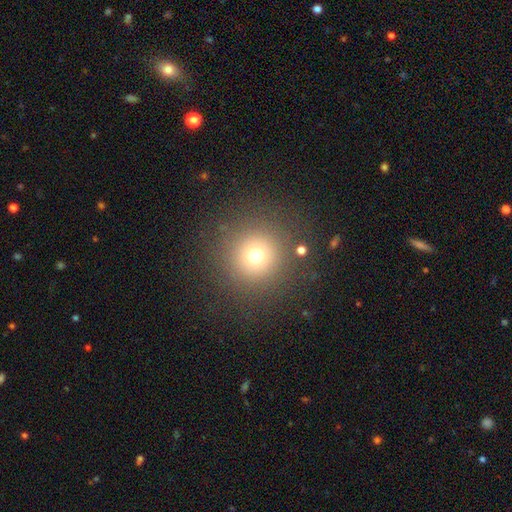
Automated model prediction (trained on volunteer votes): smooth 71%, star or artifact 19%, featured or disk 11%. Down the decision tree: how rounded — round (96%); merging — none (88%).